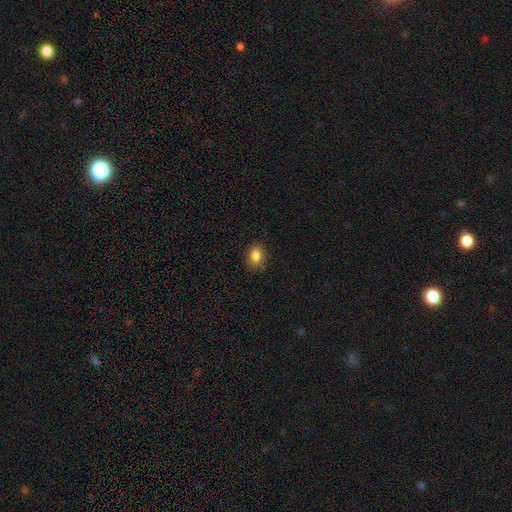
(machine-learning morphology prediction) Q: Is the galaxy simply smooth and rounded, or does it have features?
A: smooth — 85%.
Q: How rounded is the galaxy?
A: in between — 61%.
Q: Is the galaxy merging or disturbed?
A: none — 86%.